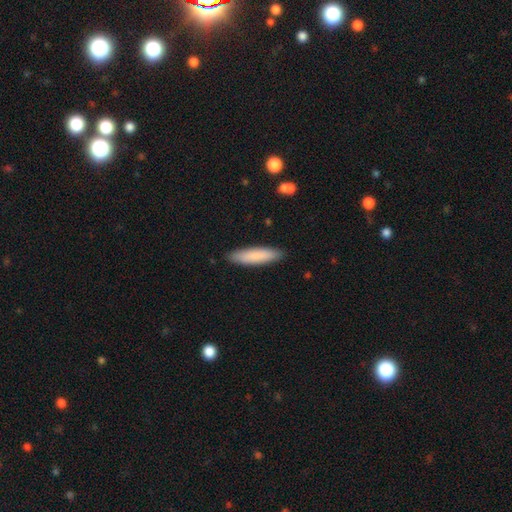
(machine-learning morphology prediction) smooth-or-featured: smooth: 84% | featured or disk: 10% | star or artifact: 5%
  how-rounded: cigar-shaped: 75% | in between: 24% | round: 1%
  merging: none: 89% | minor disturbance: 8% | major disturbance: 2% | merger: 1%